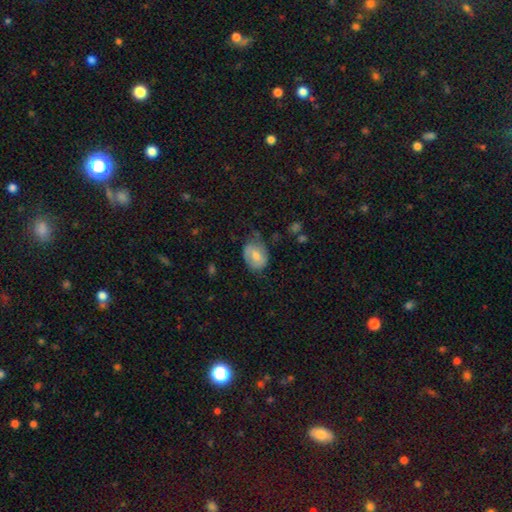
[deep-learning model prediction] Overall: smooth (63%; featured or disk 30%). How rounded: in between (65%; round 34%). Merging: none (51%; minor disturbance 34%).